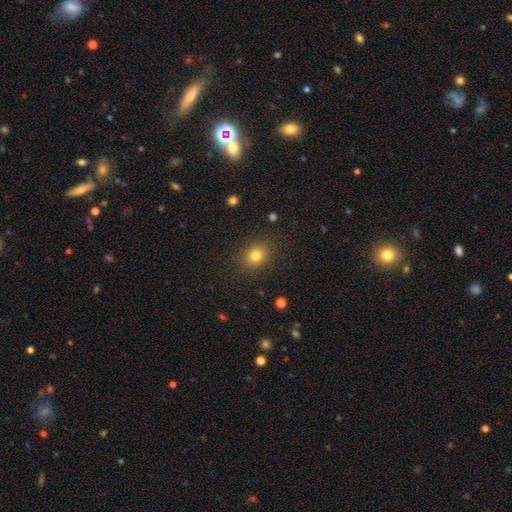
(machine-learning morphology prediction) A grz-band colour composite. It shows a smooth galaxy with no disk features (81%) that is round (61%). Merging: none (87%).